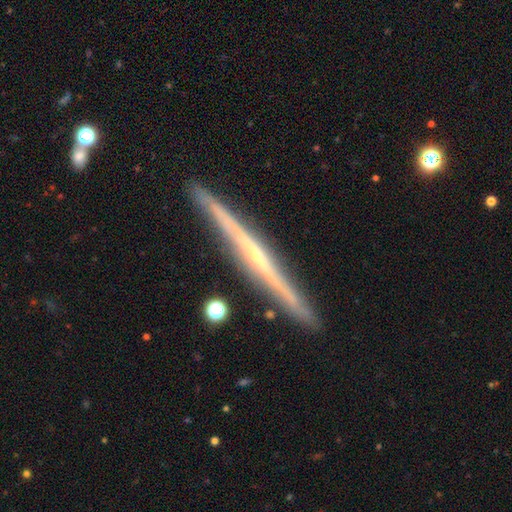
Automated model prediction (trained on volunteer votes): A featured or disk galaxy (81%) viewed edge-on (98%) with a rounded central bulge (52%). Merging: none (90%).